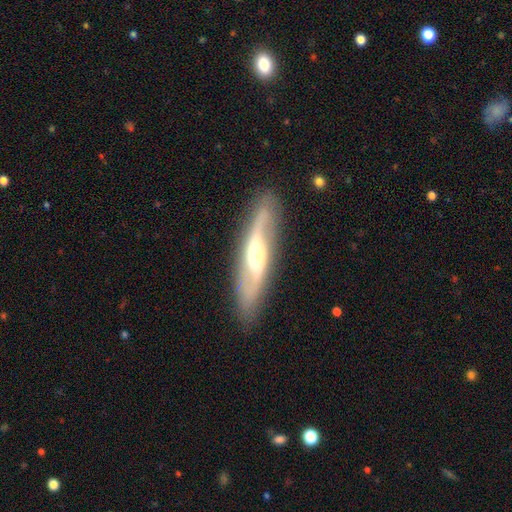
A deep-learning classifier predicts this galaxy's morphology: Smooth or featured? Predicted: featured or disk (p=0.75). Edge-on disk? Predicted: no (p=0.64). Merging? Predicted: none (p=0.85).